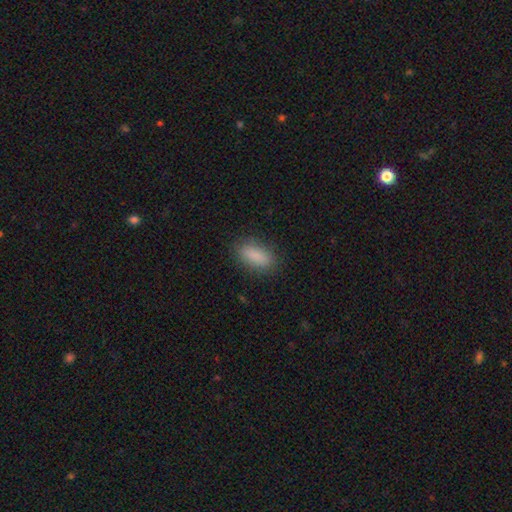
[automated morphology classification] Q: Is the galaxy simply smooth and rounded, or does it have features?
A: smooth — 87%.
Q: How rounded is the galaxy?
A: in between — 82%.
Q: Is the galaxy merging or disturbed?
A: none — 84%.